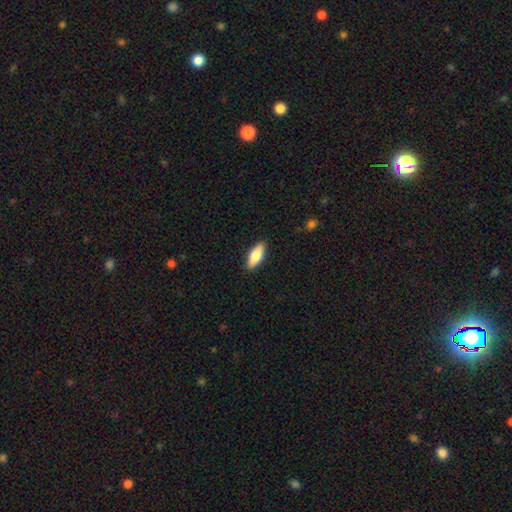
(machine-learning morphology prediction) The model was most divided on "how rounded": in between: 68%, cigar-shaped: 30%, round: 2%. More confident: merging — none (89%); smooth or featured — smooth (73%).